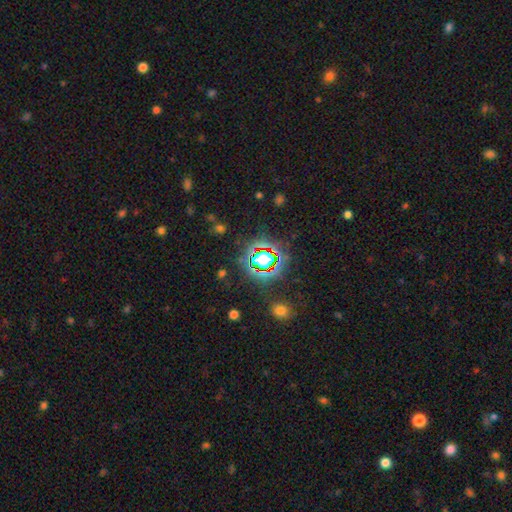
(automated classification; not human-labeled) A star or artifact, not a galaxy (77%).